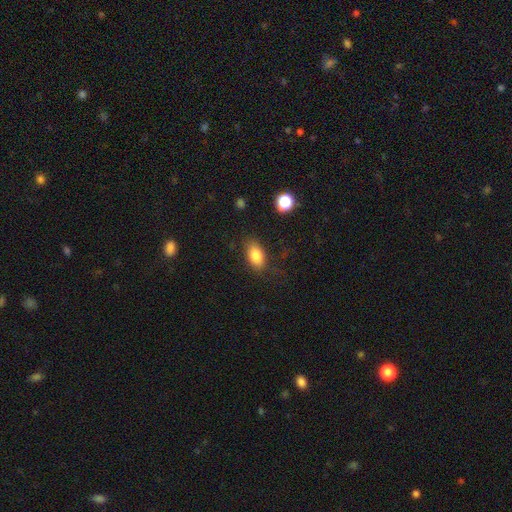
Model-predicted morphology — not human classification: This is clearly a smooth galaxy (84%). How rounded: clearly in between (90%). Merging: clearly none (81%).